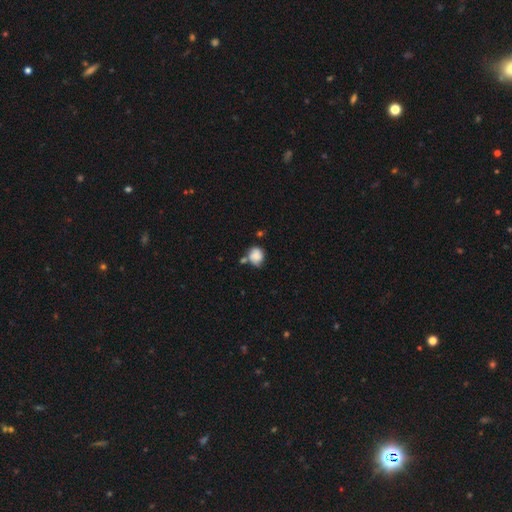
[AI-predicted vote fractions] Smooth or featured: smooth — 80% (featured or disk — 11%)
How rounded: round — 63% (in between — 36%)
Merging: none — 44% (minor disturbance — 26%)